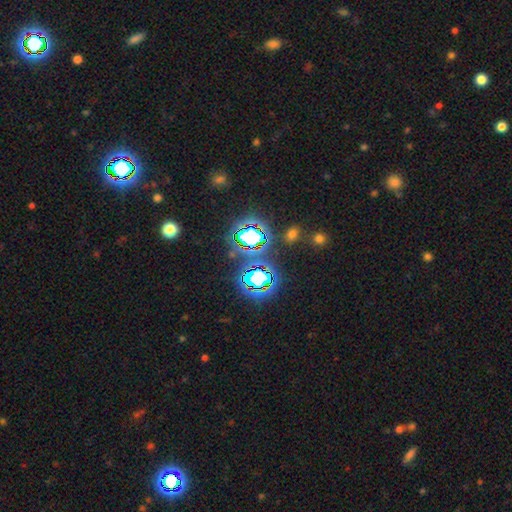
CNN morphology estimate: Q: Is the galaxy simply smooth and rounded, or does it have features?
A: star or artifact — 78%.